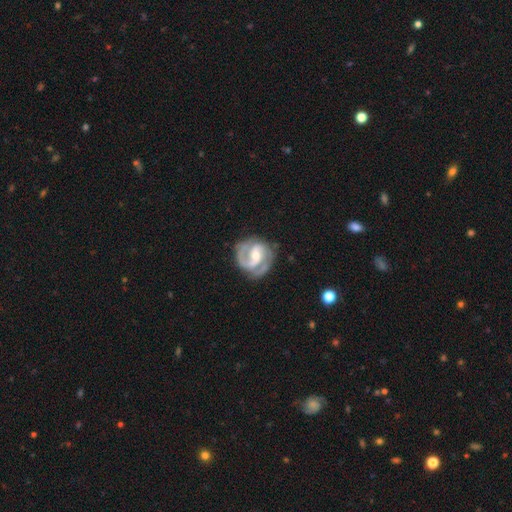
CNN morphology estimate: A featured or disk galaxy (88%) with a weak bar (47%), 2 (79%) medium (49%) spiral arms (96%) and a moderate central bulge (49%).

Vote fractions:
- Smooth or featured? featured or disk: 88% / smooth: 8% / star or artifact: 4%
- Edge-on disk? no: 98% / yes: 2%
- Bar? weak: 47% / no: 27% / strong: 26%
- Spiral arms? yes: 96% / no: 4%
- Spiral winding? medium: 49% / tight: 40% / loose: 11%
- Spiral arm count? 2: 79% / 3: 8% / can't tell: 6% / 1: 4% / 4: 2% / more than 4: 2%
- Bulge size? moderate: 49% / small: 46% / large: 2% / none: 1% / dominant: 1%
- Merging? none: 72% / minor disturbance: 18% / major disturbance: 8% / merger: 2%